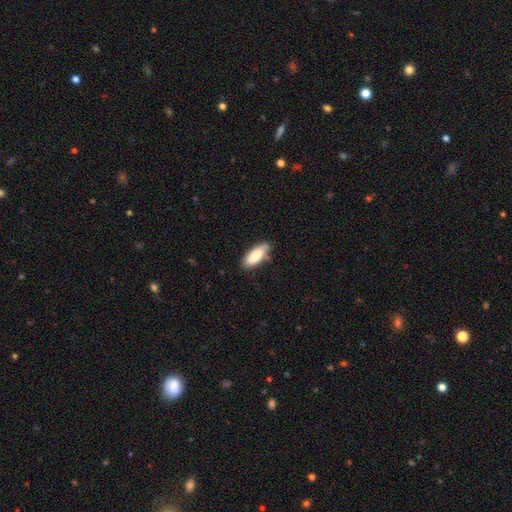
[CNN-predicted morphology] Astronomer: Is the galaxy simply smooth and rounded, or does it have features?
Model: smooth — 83%.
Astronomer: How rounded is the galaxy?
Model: in between — 80%.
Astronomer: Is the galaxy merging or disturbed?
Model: none — 76%.